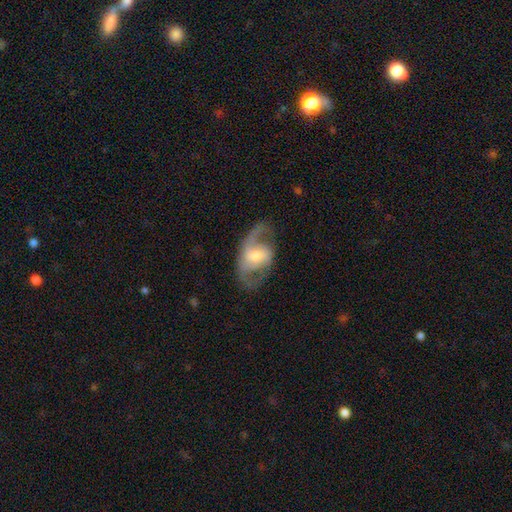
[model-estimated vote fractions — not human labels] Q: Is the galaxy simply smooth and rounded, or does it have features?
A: featured or disk — 76%.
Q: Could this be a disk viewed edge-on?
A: no — 95%.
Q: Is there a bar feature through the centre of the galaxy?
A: weak — 43%.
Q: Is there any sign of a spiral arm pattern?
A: yes — 86%.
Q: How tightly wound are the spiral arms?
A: medium — 46%.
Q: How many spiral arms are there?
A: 2 — 78%.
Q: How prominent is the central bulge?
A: moderate — 56%.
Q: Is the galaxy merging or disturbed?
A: none — 62%.